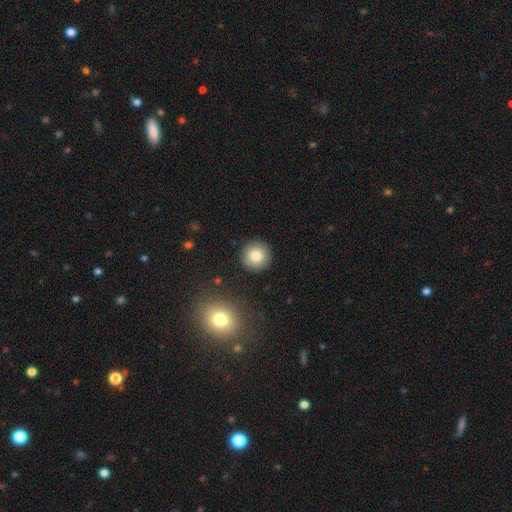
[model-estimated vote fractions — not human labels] This appears to be a smooth galaxy with no disk features (81%) that is round (95%). Merging: none (91%).